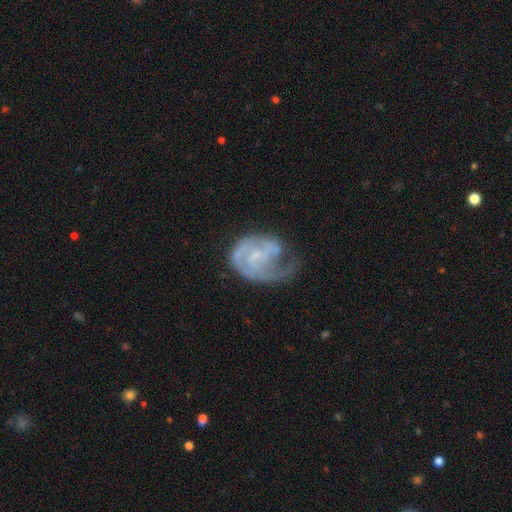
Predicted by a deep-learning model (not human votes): Smooth or featured?
  - featured or disk: 76% *
  - smooth: 17%
  - star or artifact: 7%
Edge-on disk?
  - no: 98% *
  - yes: 2%
Bar?
  - no: 61% *
  - weak: 34%
  - strong: 6%
Spiral arms?
  - yes: 86% *
  - no: 14%
Spiral winding?
  - tight: 39% * (tied)
  - medium: 39% * (tied)
  - loose: 22%
Spiral arm count?
  - 1: 35% *
  - 2: 32%
  - can't tell: 21%
  - 3: 8%
  - 4: 2%
  - more than 4: 2%
Bulge size?
  - small: 53% *
  - none: 26%
  - moderate: 18%
  - large: 2%
  - dominant: 1%
Merging?
  - major disturbance: 36% *
  - none: 35%
  - minor disturbance: 25%
  - merger: 3%